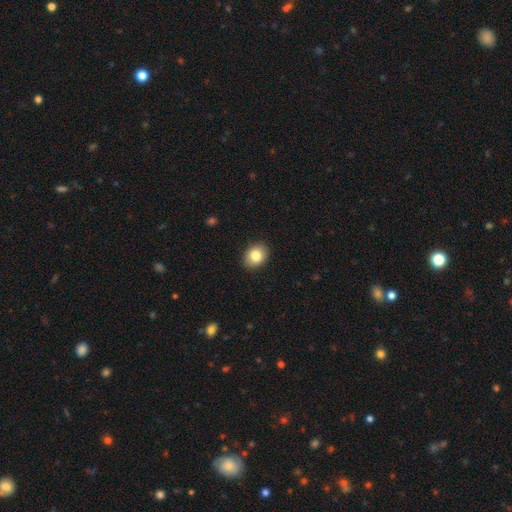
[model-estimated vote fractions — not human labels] Smooth or featured?
  - smooth: 83% *
  - star or artifact: 9%
  - featured or disk: 8%
How rounded?
  - in between: 57% *
  - round: 42%
  - cigar-shaped: 1%
Merging?
  - none: 89% *
  - minor disturbance: 8%
  - major disturbance: 2%
  - merger: 1%